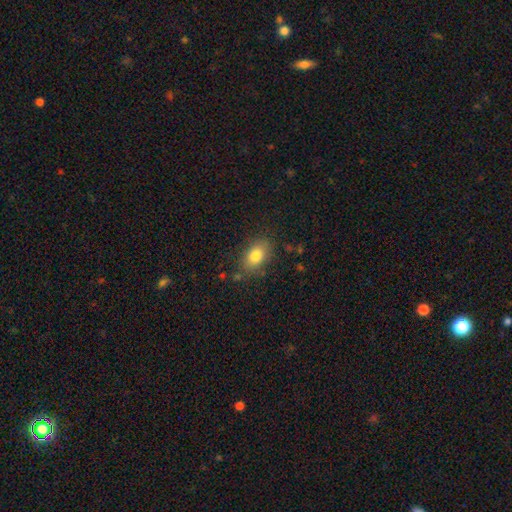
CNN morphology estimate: This is clearly a smooth galaxy (81%). How rounded: clearly in between (84%). Merging: clearly none (80%).